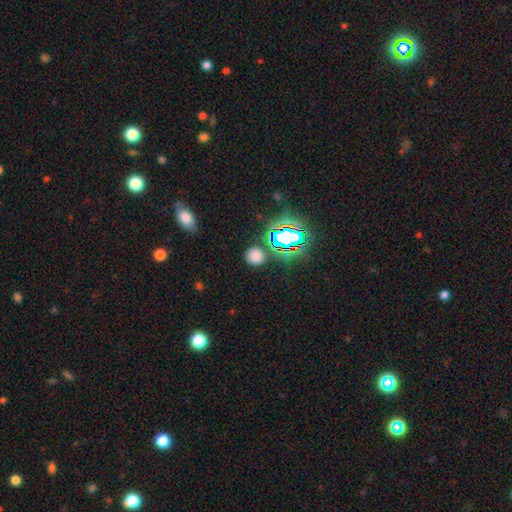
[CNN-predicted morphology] The model was most divided on "smooth or featured": smooth: 69%, star or artifact: 25%, featured or disk: 6%. More confident: how rounded — round (88%); merging — none (84%).